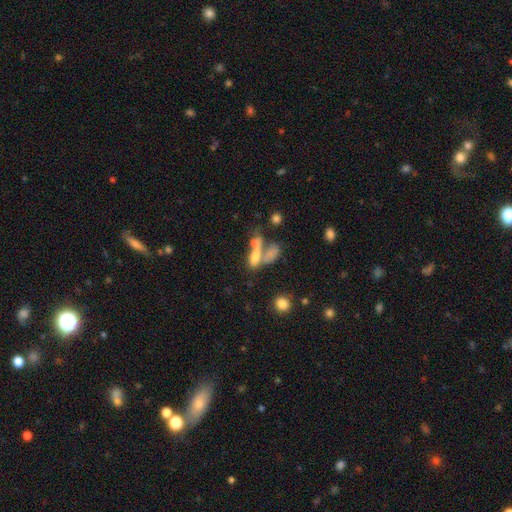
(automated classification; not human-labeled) A smooth galaxy with no disk features (65%) that is in between round and cigar-shaped (60%). Merging: merger (56%).